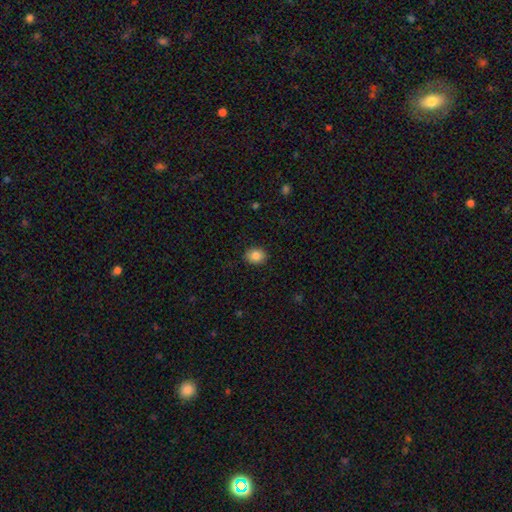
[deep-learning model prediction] smooth-or-featured: smooth: 85% | star or artifact: 9% | featured or disk: 6%
  how-rounded: round: 51% | in between: 49% | cigar-shaped: 1%
  merging: none: 89% | minor disturbance: 8% | major disturbance: 2% | merger: 1%